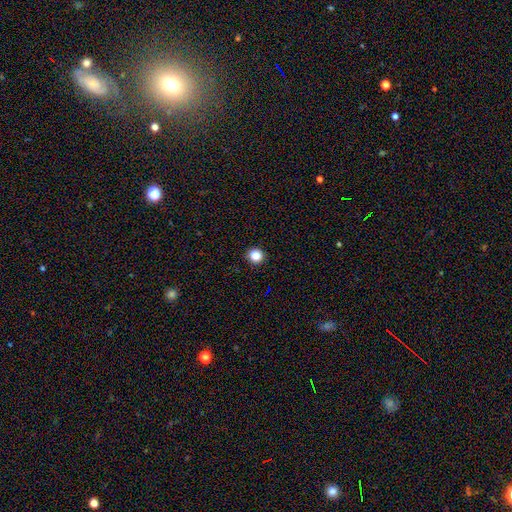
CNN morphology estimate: This appears to be a smooth galaxy with no disk features (85%) that is round (90%). Merging: none (93%).